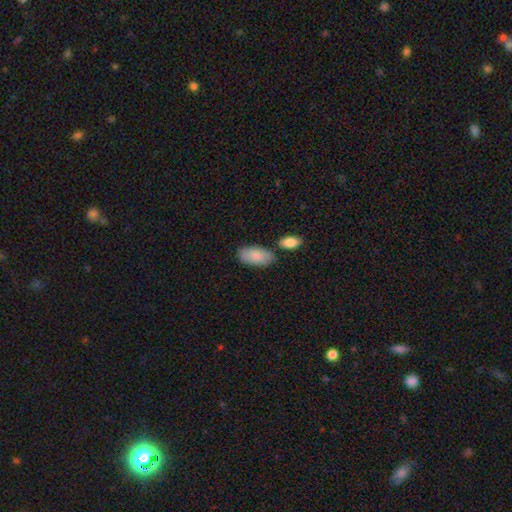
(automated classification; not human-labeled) A smooth galaxy with no disk features (86%) that is in between round and cigar-shaped (94%). Merging: none (71%).